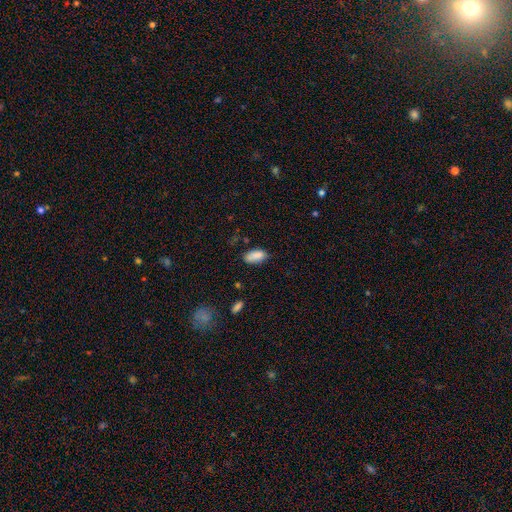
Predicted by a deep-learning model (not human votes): A smooth galaxy with no disk features (87%) that is in between round and cigar-shaped (92%). Merging: none (71%).